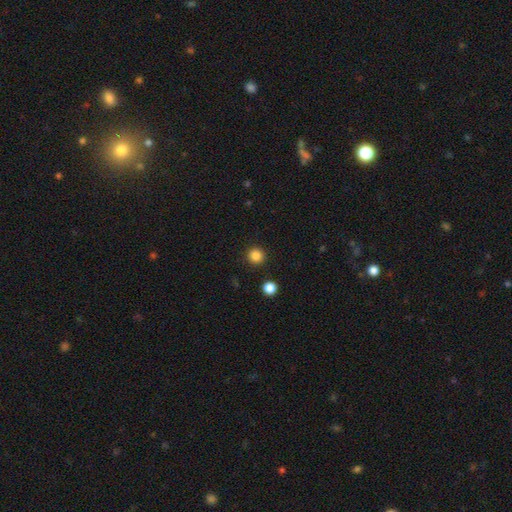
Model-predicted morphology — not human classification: A smooth galaxy with no disk features (85%) that is round (95%).

Vote fractions:
- Smooth or featured? smooth: 85% / star or artifact: 12% / featured or disk: 3%
- How rounded? round: 95% / in between: 4% / cigar-shaped: 1%
- Merging? none: 92% / minor disturbance: 5% / major disturbance: 2% / merger: 2%